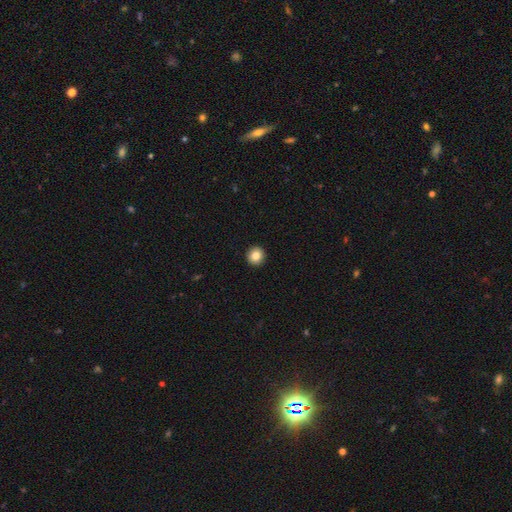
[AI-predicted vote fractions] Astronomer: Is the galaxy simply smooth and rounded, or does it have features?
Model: smooth — 84%.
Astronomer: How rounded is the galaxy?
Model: round — 95%.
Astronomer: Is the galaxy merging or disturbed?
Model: none — 94%.